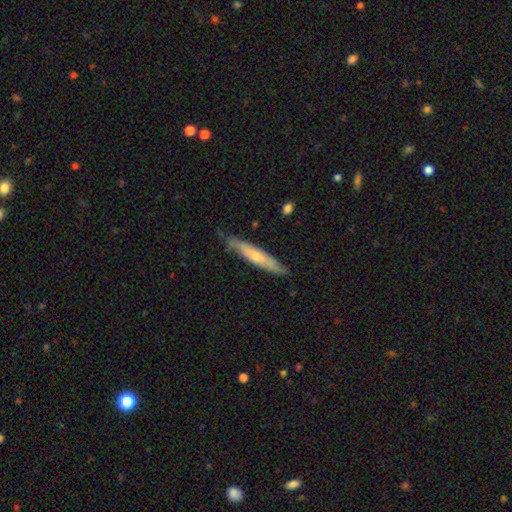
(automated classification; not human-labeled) This appears to be a smooth galaxy with no disk features (50%) that is cigar-shaped (91%). Merging: none (78%).